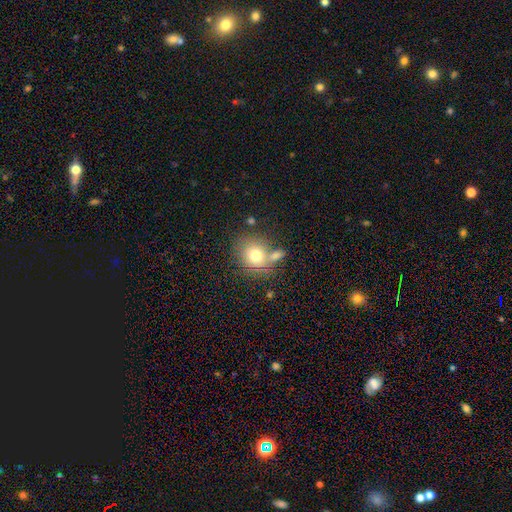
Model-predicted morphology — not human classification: A smooth galaxy with no disk features (73%) that is round (73%). Merging: none (56%).